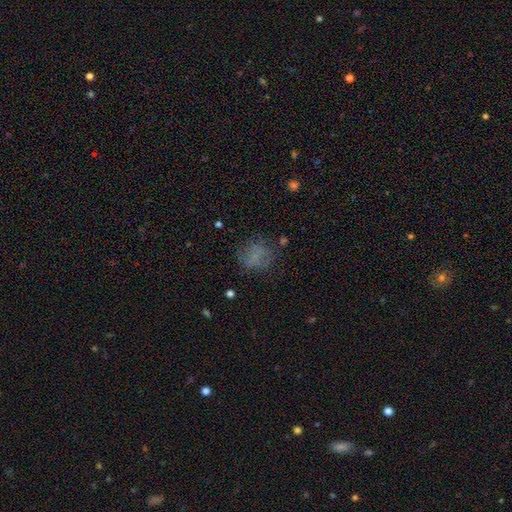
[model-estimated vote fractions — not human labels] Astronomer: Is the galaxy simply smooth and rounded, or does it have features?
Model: smooth — 58%.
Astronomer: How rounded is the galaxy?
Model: round — 61% (runner-up: in between, 38%).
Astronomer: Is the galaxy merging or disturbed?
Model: none — 61%.